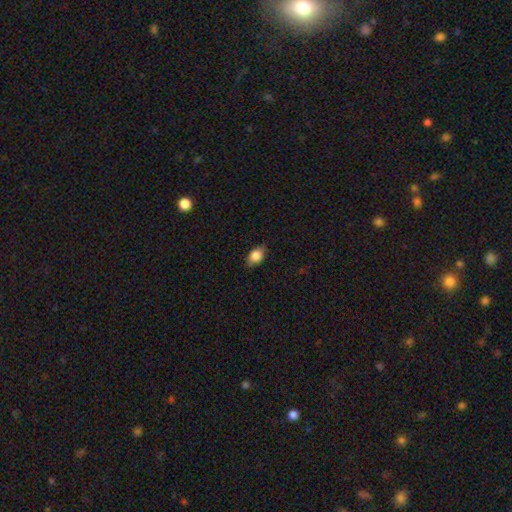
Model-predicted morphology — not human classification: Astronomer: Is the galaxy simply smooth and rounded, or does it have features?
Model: smooth — 83%.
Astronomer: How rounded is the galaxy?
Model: in between — 84%.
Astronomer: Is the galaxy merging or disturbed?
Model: none — 82%.